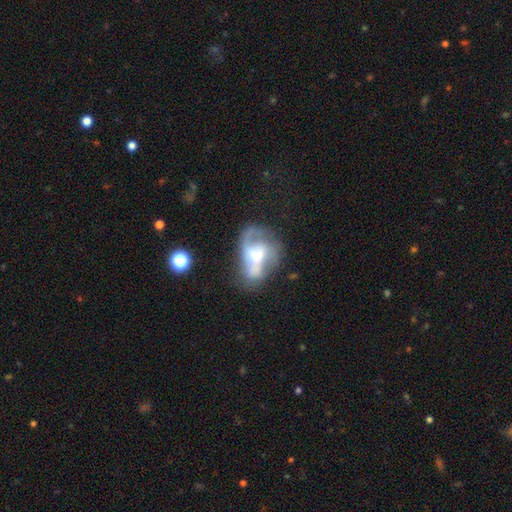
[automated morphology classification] A featured or disk galaxy (60%) with no bar (55%), spiral arms (59%) and a moderate central bulge (46%).

Vote fractions:
- Smooth or featured? featured or disk: 60% / smooth: 30% / star or artifact: 9%
- Edge-on disk? no: 96% / yes: 4%
- Bar? no: 55% / weak: 34% / strong: 11%
- Spiral arms? yes: 59% / no: 41%
- Bulge size? moderate: 46% / small: 25% / large: 15% / none: 11% / dominant: 2%
- Merging? major disturbance: 38% / none: 28% / minor disturbance: 20% / merger: 15%